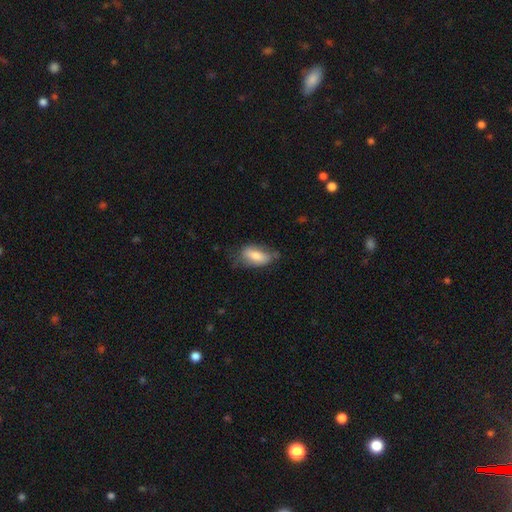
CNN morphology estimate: Overall: smooth (69%). How rounded: in between (86%). Merging: none (53%; minor disturbance 32%).